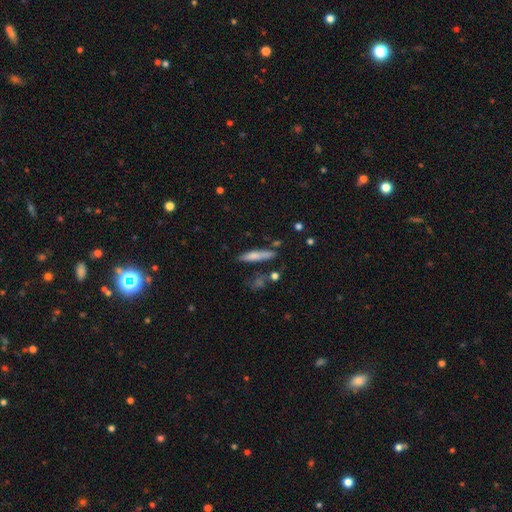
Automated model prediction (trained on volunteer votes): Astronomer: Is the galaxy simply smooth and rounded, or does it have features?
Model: smooth — 72%.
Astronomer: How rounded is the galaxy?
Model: cigar-shaped — 79%.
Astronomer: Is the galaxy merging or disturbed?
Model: none — 72%.